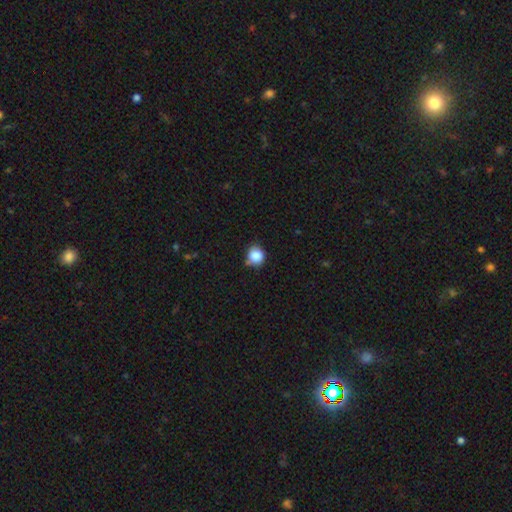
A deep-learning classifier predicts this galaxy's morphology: Smooth or featured? Predicted: smooth (p=0.85). How rounded? Predicted: round (p=0.82). Merging? Predicted: none (p=0.66).